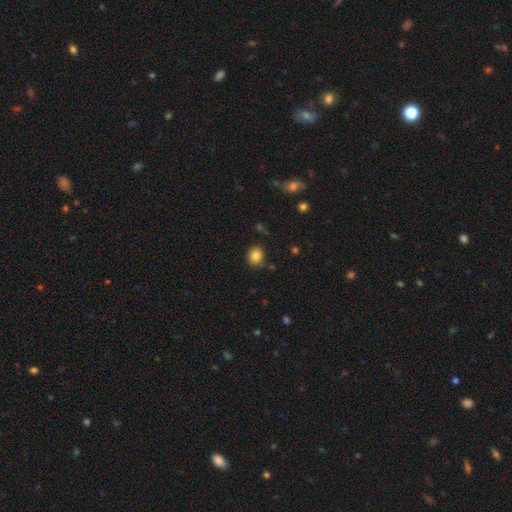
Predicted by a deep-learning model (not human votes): A smooth galaxy with no disk features (83%) that is round (77%).

Vote fractions:
- Smooth or featured? smooth: 83% / star or artifact: 11% / featured or disk: 6%
- How rounded? round: 77% / in between: 22% / cigar-shaped: 1%
- Merging? none: 79% / minor disturbance: 15% / merger: 3% / major disturbance: 3%